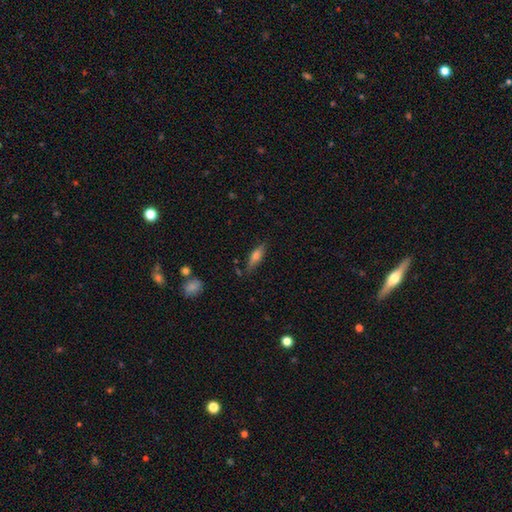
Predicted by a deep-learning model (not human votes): Smooth or featured? smooth (66%)
How rounded? cigar-shaped (52%)
Merging? none (77%)